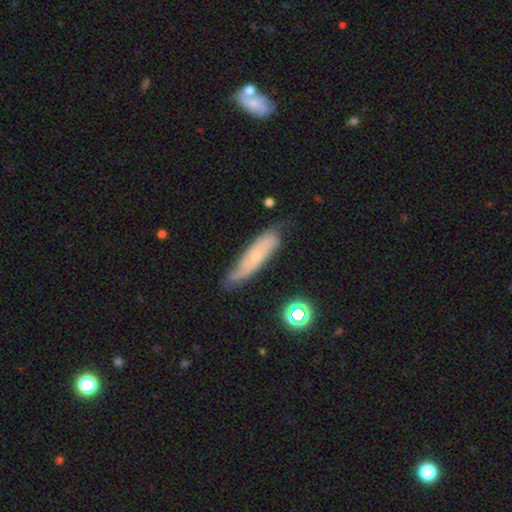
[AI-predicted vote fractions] smooth-or-featured: featured or disk: 51% | smooth: 41% | star or artifact: 8%
  disk-edge-on: no: 64% | yes: 36%
  merging: none: 66% | minor disturbance: 25% | major disturbance: 6% | merger: 2%